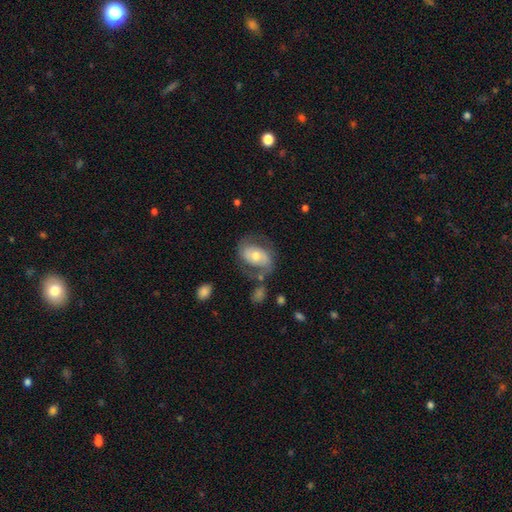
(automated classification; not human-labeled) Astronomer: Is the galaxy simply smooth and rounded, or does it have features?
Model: featured or disk — 62%.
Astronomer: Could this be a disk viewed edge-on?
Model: no — 96%.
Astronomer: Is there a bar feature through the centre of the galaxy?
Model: no — 56%.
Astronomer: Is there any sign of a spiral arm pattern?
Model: yes — 78%.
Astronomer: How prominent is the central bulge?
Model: moderate — 67%.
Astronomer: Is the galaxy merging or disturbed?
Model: none — 59%.